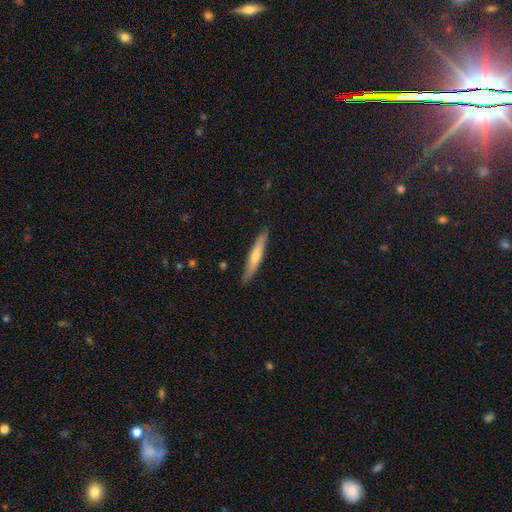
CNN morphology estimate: A featured or disk galaxy (52%) viewed edge-on (93%). Merging: none (89%).